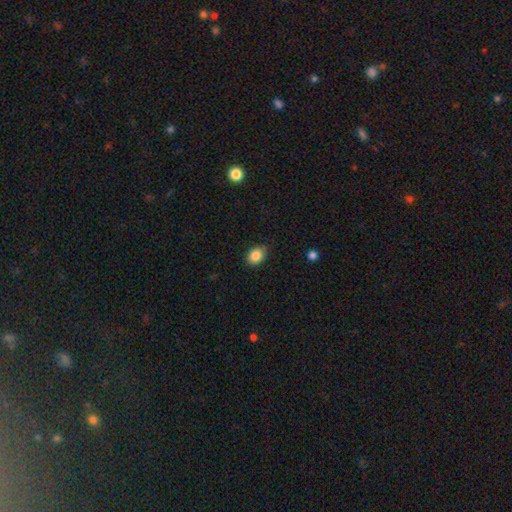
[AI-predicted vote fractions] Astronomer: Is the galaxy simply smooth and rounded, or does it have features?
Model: smooth — 86%.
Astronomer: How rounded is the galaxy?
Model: in between — 66%.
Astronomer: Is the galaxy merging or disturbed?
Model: none — 79%.